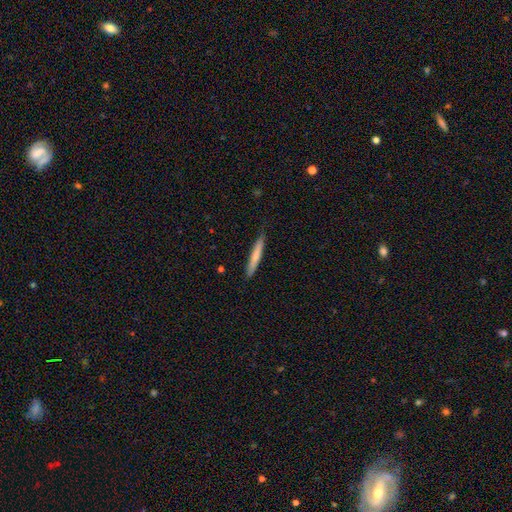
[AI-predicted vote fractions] smooth 74%, featured or disk 21%, star or artifact 5%. Down the decision tree: how rounded — cigar-shaped (95%); merging — none (84%).